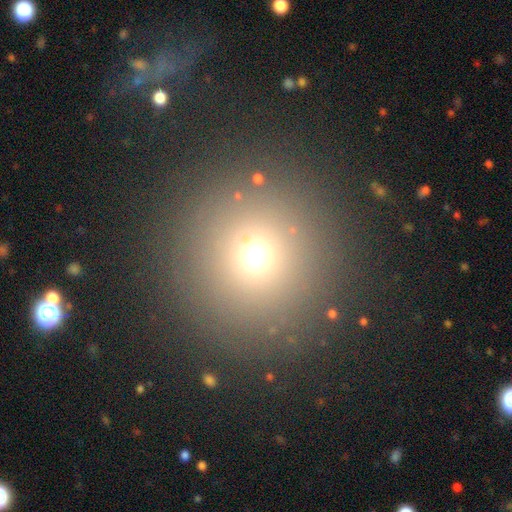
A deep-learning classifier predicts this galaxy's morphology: Smooth or featured? smooth (63%)
How rounded? round (95%)
Merging? none (85%)